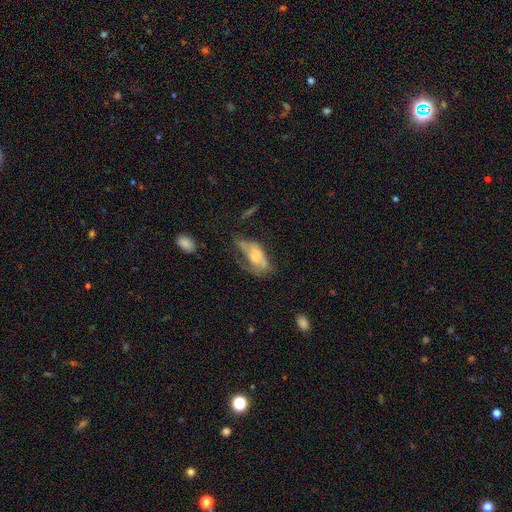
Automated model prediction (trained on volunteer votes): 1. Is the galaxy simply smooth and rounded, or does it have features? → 50% smooth, 41% featured or disk, 9% star or artifact.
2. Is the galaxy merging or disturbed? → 42% major disturbance, 25% minor disturbance, 24% none, 8% merger.